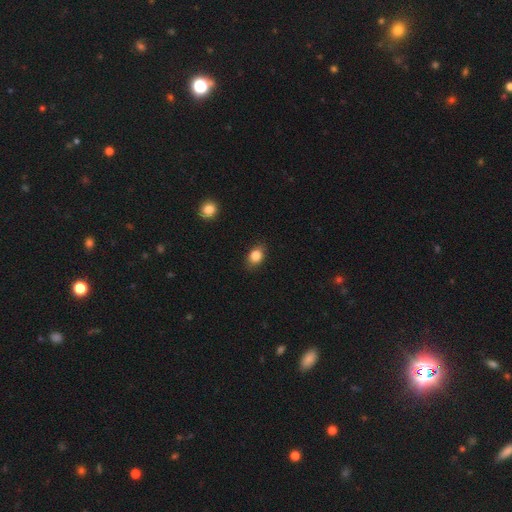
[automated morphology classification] type=smooth (85%); roundness=in between (69%); merging=none (83%).